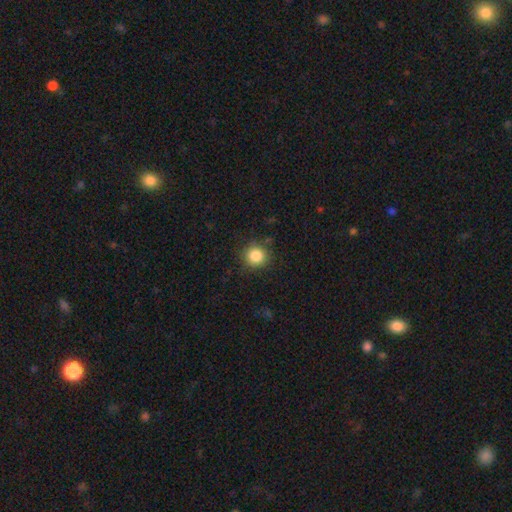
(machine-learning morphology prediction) A smooth galaxy with no disk features (85%) that is round (91%). Merging: none (86%).